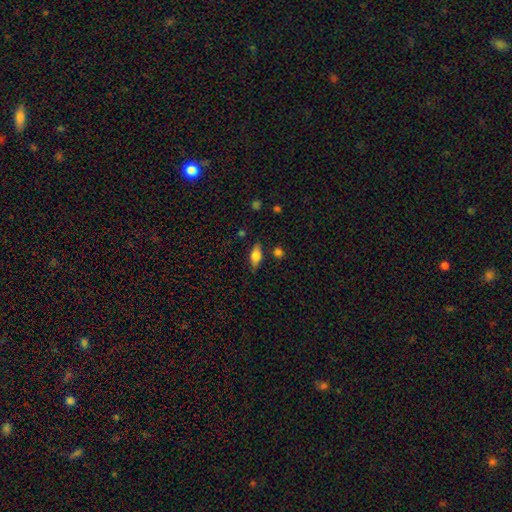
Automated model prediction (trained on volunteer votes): Smooth or featured? Predicted: smooth (p=0.68). How rounded? Predicted: in between (p=0.78). Merging? Predicted: none (p=0.79).